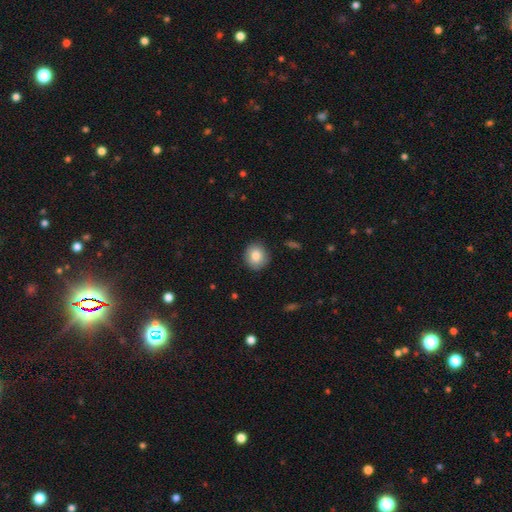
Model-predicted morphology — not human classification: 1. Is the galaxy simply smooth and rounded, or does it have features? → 84% smooth, 8% star or artifact, 8% featured or disk.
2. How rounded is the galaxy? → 84% round, 15% in between, 1% cigar-shaped.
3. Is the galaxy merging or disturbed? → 87% none, 10% minor disturbance, 2% major disturbance, 1% merger.